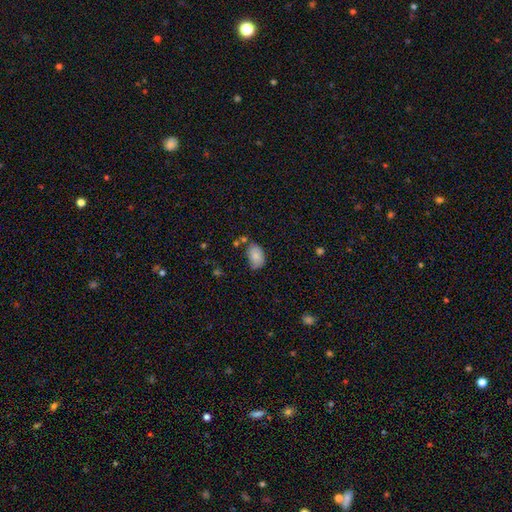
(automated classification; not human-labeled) smooth 82%, featured or disk 11%, star or artifact 7%. Down the decision tree: how rounded — in between (90%); merging — none (61%).